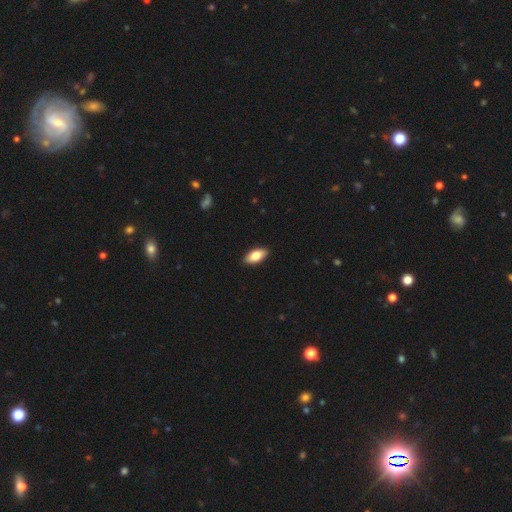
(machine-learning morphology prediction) This appears to be a smooth galaxy with no disk features (82%) that is in between round and cigar-shaped (91%). Merging: none (90%).